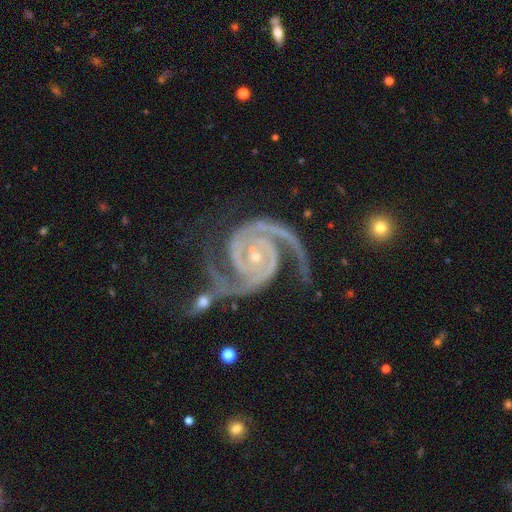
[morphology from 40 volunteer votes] featured or disk 92%, star or artifact 5%, smooth 2%. Down the decision tree: edge-on disk — no (100%); bar — no (76%); spiral arms — yes (97%); spiral arm count — 2 (97%); spiral winding — tight (50%); bulge size — small (78%); merging — none (50%).